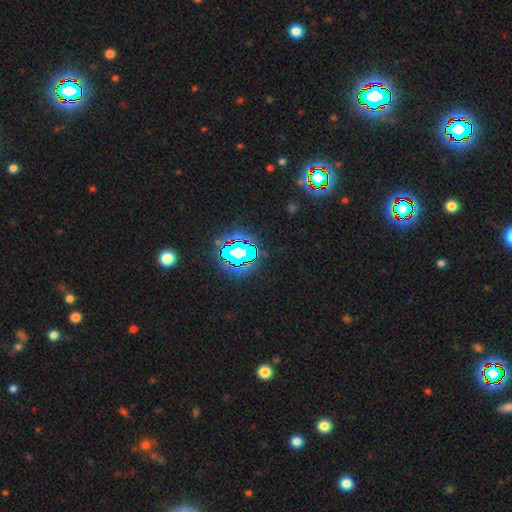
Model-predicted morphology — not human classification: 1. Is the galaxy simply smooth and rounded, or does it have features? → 84% star or artifact, 10% smooth, 7% featured or disk.